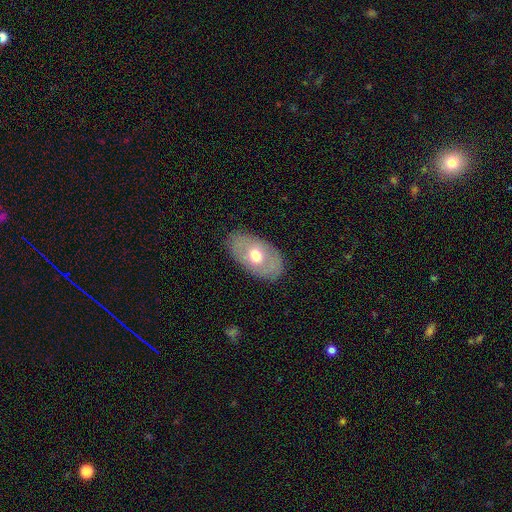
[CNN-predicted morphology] A smooth galaxy with no disk features (53%) that is in between round and cigar-shaped (90%). Merging: none (82%).